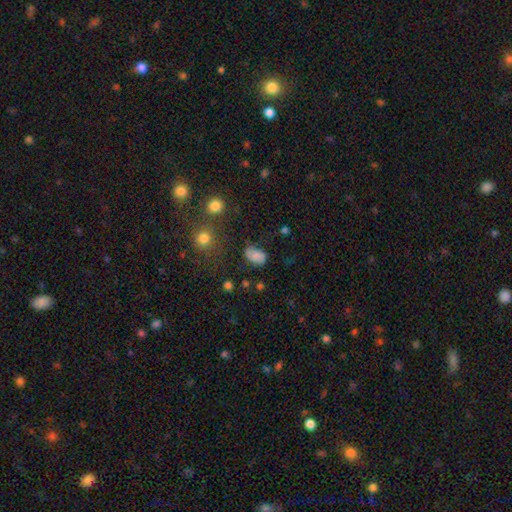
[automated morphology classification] Smooth or featured?
  - smooth: 65% *
  - featured or disk: 23%
  - star or artifact: 12%
How rounded?
  - in between: 82% *
  - round: 16%
  - cigar-shaped: 1%
Merging?
  - none: 57% *
  - minor disturbance: 27%
  - major disturbance: 13%
  - merger: 4%